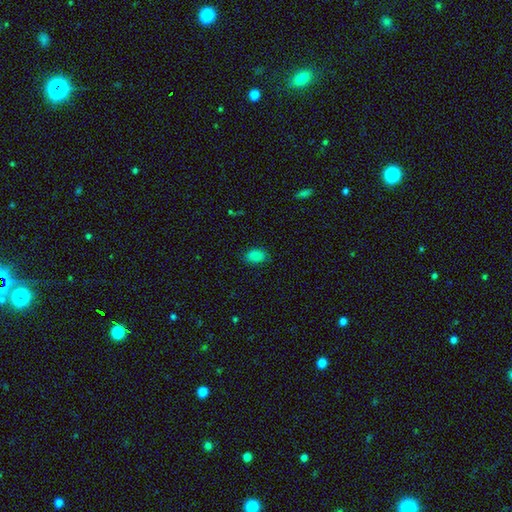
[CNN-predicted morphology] smooth-or-featured: smooth: 84% | star or artifact: 12% | featured or disk: 4%
  how-rounded: in between: 88% | round: 11% | cigar-shaped: 1%
  merging: none: 81% | minor disturbance: 15% | major disturbance: 3% | merger: 1%